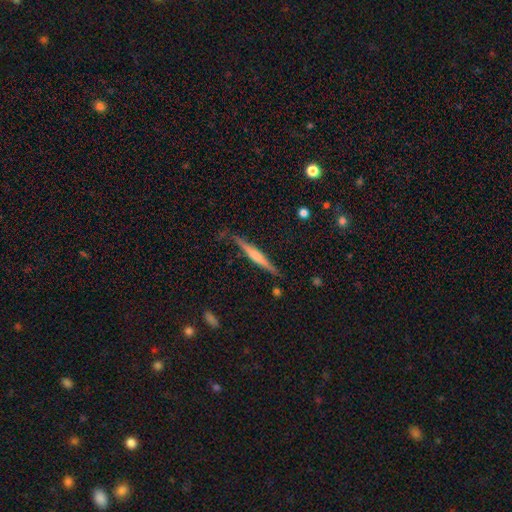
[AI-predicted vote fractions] The model was most divided on "smooth or featured": featured or disk: 64%, smooth: 29%, star or artifact: 6%. More confident: edge-on disk — yes (97%); merging — none (84%); edge-on bulge — rounded (69%).